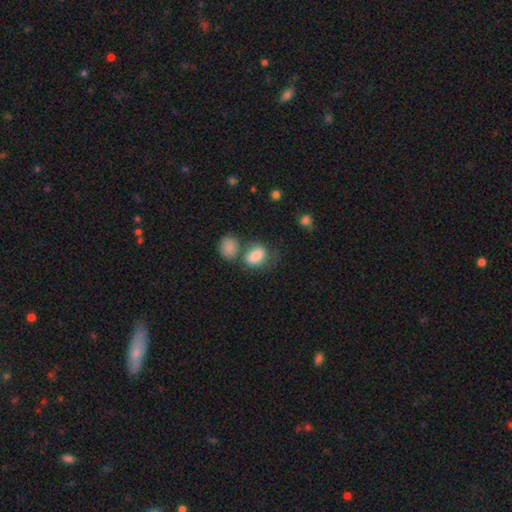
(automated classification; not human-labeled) The model was most divided on "merging": none: 41%, merger: 32%, minor disturbance: 17%, major disturbance: 9%. More confident: smooth or featured — smooth (82%); how rounded — in between (75%).